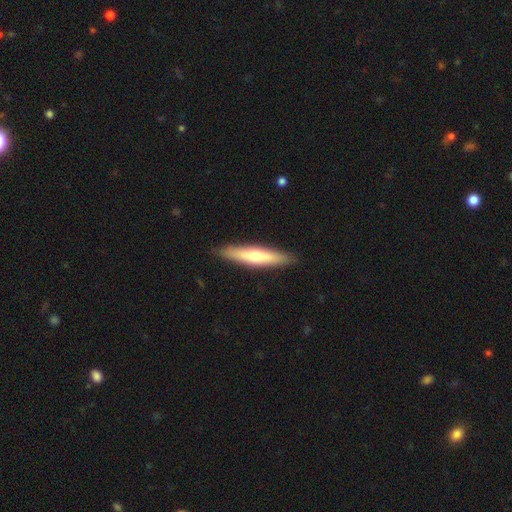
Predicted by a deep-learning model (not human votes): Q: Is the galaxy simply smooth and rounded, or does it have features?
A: smooth — 55%.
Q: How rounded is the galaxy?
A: cigar-shaped — 87%.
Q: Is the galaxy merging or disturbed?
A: none — 89%.